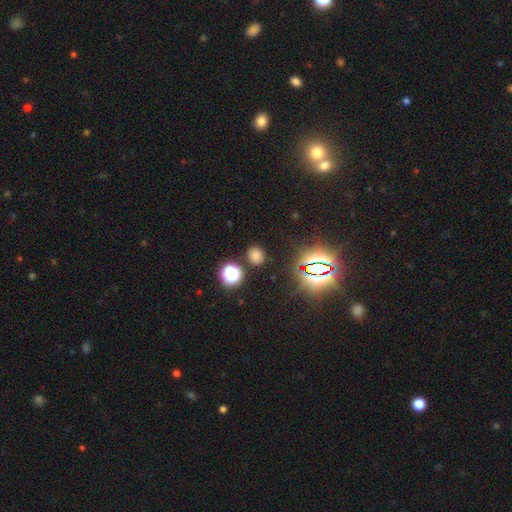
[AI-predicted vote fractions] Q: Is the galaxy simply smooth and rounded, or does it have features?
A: smooth — 70%.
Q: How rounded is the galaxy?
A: round — 65%.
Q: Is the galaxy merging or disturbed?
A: none — 86%.